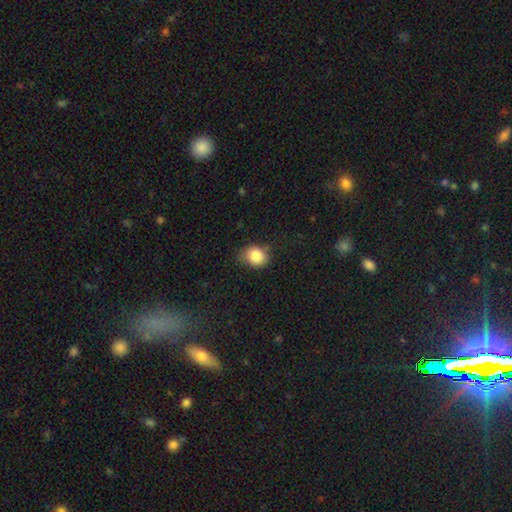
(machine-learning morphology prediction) Overall: smooth (84%). How rounded: round (53%; in between 47%). Merging: none (69%).